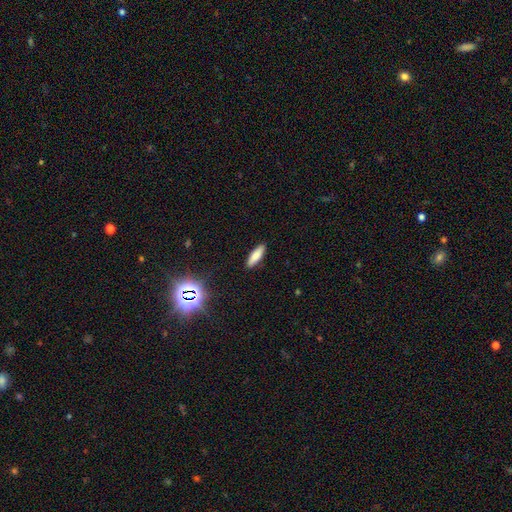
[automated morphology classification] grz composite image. It shows a smooth galaxy with no disk features (80%) that is cigar-shaped (55%). Merging: none (89%).